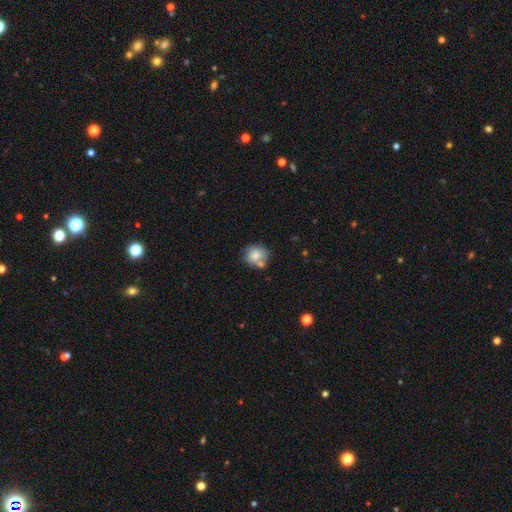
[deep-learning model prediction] smooth_or_featured: smooth (p=0.75) [alt: featured or disk p=0.16]
how_rounded: round (p=0.80) [alt: in between p=0.19]
merging: none (p=0.56) [alt: merger p=0.21]